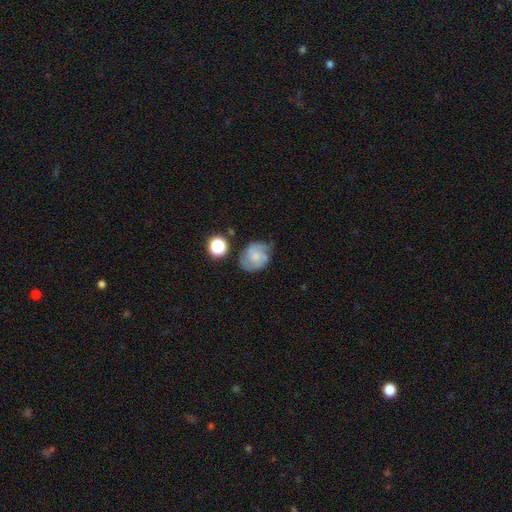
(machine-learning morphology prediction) This appears to be a featured or disk galaxy (60%) with no bar (70%), 2 (41%) tight (43%) spiral arms (87%) and a small central bulge (41%). Merging: none (59%).